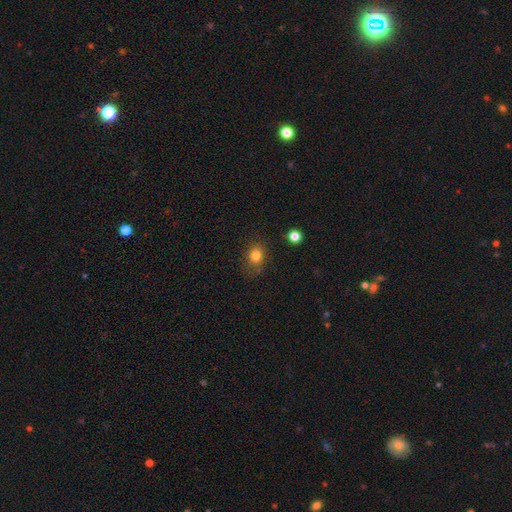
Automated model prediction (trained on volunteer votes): The model was most divided on "how rounded": round: 63%, in between: 37%, cigar-shaped: 1%. More confident: smooth or featured — smooth (82%); merging — none (77%).